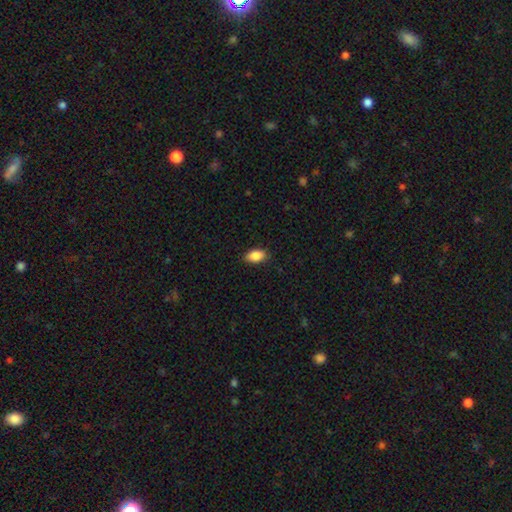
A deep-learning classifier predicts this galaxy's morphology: This is clearly a smooth galaxy (88%). How rounded: clearly in between (91%). Merging: clearly none (86%).